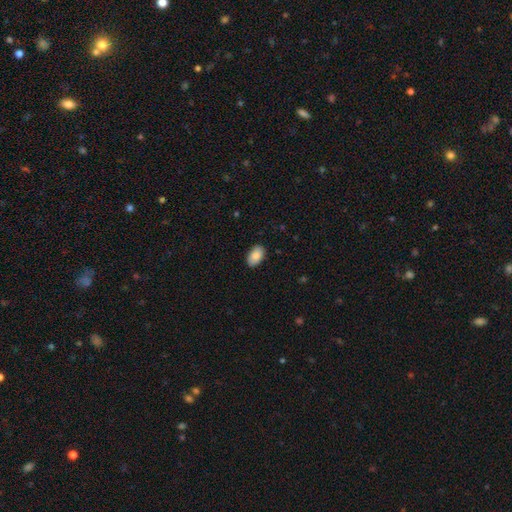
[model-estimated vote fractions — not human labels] smooth_or_featured: smooth (p=0.85) [alt: featured or disk p=0.08]
how_rounded: in between (p=0.93) [alt: round p=0.05]
merging: none (p=0.87) [alt: minor disturbance p=0.10]